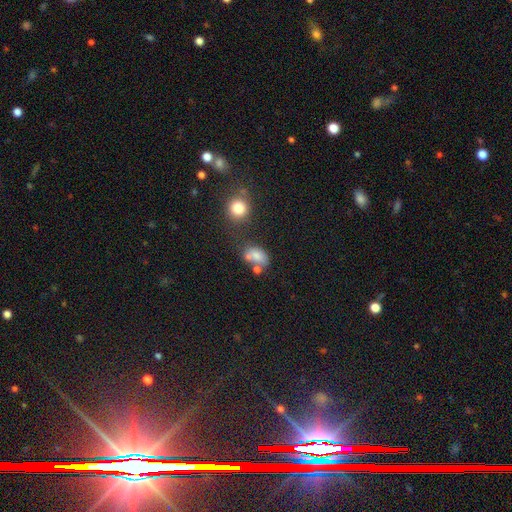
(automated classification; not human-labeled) Morphology: type=smooth (71%); roundness=in between (76%); merging=none (37%).